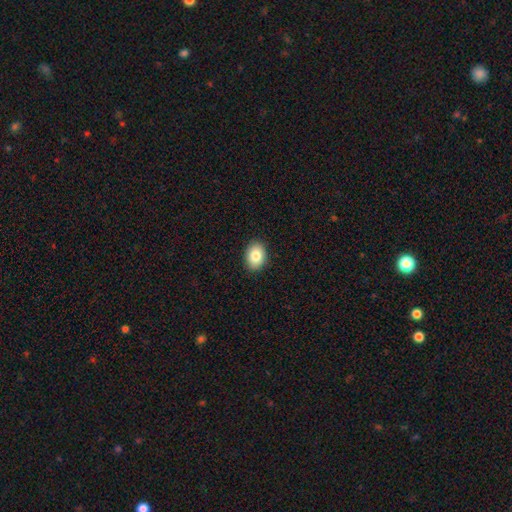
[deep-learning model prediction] Q: Smooth or featured?
A: smooth (84%); runner-up: star or artifact (8%)
Q: How rounded?
A: in between (74%); runner-up: round (25%)
Q: Merging?
A: none (90%); runner-up: minor disturbance (7%)